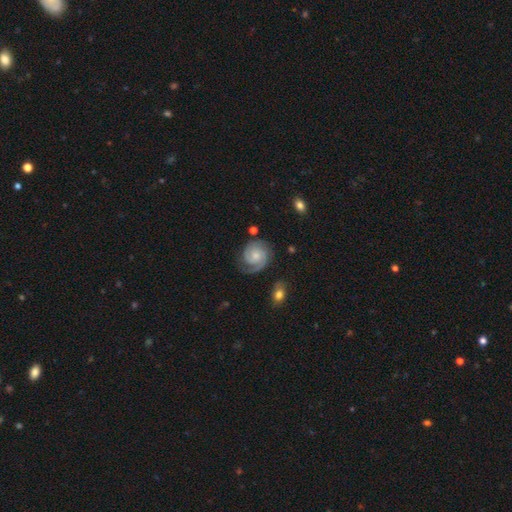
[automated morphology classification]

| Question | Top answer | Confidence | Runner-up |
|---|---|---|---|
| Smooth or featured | featured or disk | 83% | smooth (12%) |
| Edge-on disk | no | 98% | yes (2%) |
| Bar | no | 70% | weak (25%) |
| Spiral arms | yes | 97% | no (3%) |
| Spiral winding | tight | 63% | medium (30%) |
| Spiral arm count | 2 | 65% | 1 (13%) |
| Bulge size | small | 47% | moderate (44%) |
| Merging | none | 72% | minor disturbance (18%) |